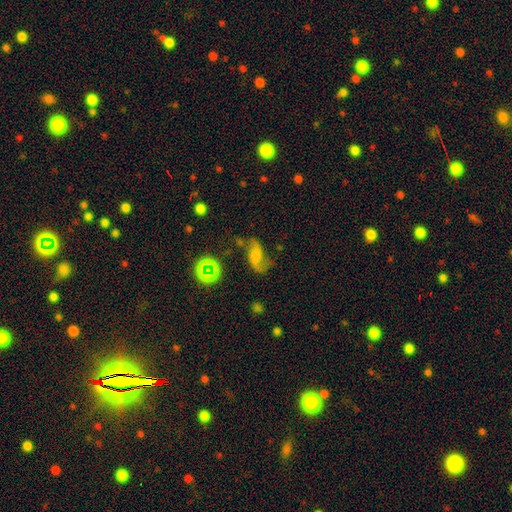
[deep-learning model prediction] smooth-or-featured: featured or disk: 65% | smooth: 21% | star or artifact: 13%
  disk-edge-on: no: 95% | yes: 5%
    bar: no: 51% | weak: 37% | strong: 12%
    has-spiral-arms: yes: 90% | no: 10%
      spiral-winding: loose: 79% | medium: 17% | tight: 4%
      spiral-arm-count: 2: 89% | 1: 5% | can't tell: 3% | 3: 1% | 4: 1% | more than 4: 1%
    bulge-size: none: 29% | moderate: 28% | small: 20% | large: 19% | dominant: 4%
  merging: none: 56% | minor disturbance: 21% | major disturbance: 17% | merger: 6%